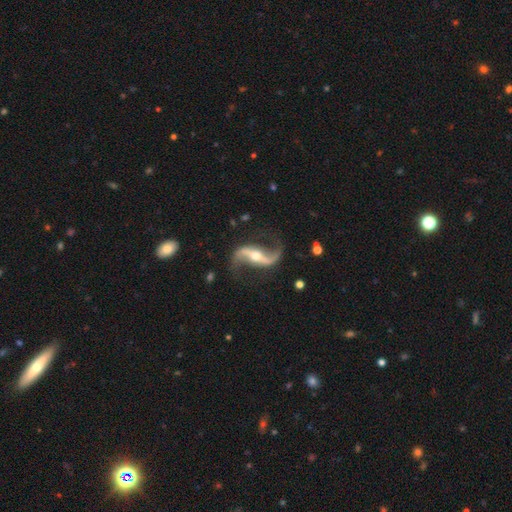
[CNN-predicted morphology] A featured or disk galaxy (92%) with a strong bar (48%), 2 (94%) loose (84%) spiral arms (97%) and a moderate central bulge (55%).

Vote fractions:
- Smooth or featured? featured or disk: 92% / star or artifact: 4% / smooth: 4%
- Edge-on disk? no: 94% / yes: 6%
- Bar? strong: 48% / weak: 26% / no: 25%
- Spiral arms? yes: 97% / no: 3%
- Spiral winding? loose: 84% / medium: 12% / tight: 3%
- Spiral arm count? 2: 94% / 1: 2% / can't tell: 1% / 3: 1% / 4: 1% / more than 4: 1%
- Bulge size? moderate: 55% / small: 40% / large: 3% / none: 1% / dominant: 1%
- Merging? none: 81% / minor disturbance: 11% / major disturbance: 6% / merger: 2%